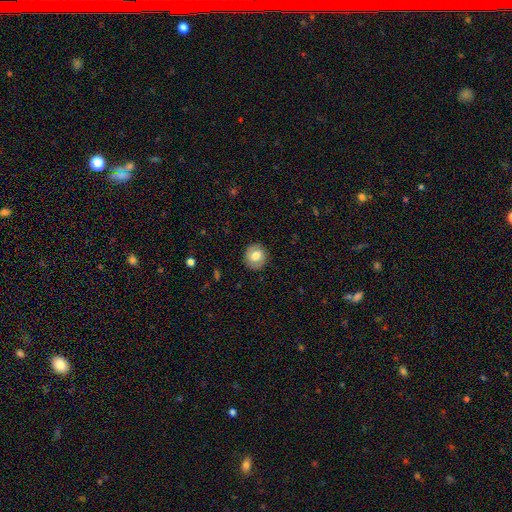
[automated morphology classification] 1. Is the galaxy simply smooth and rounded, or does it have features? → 74% smooth, 18% featured or disk, 8% star or artifact.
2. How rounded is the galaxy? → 86% round, 14% in between, 1% cigar-shaped.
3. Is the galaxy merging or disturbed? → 88% none, 8% minor disturbance, 2% major disturbance, 1% merger.